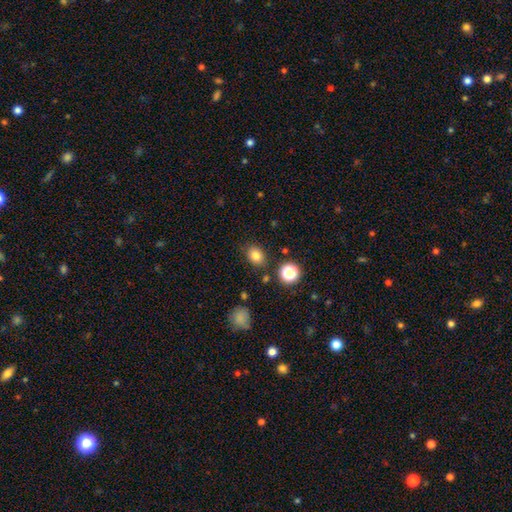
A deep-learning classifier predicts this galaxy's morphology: Smooth or featured?
  - smooth: 80% *
  - star or artifact: 13%
  - featured or disk: 7%
How rounded?
  - in between: 57% *
  - round: 42%
  - cigar-shaped: 1%
Merging?
  - none: 83% *
  - minor disturbance: 10%
  - merger: 3%
  - major disturbance: 3%